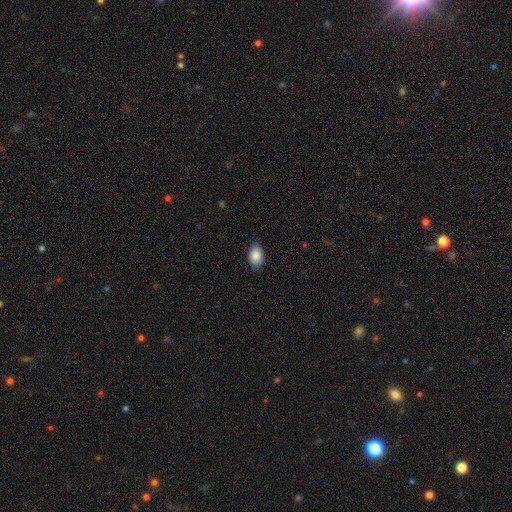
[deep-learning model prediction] The model was most divided on "merging": none: 83%, minor disturbance: 13%, major disturbance: 2%, merger: 1%. More confident: how rounded — in between (90%); smooth or featured — smooth (87%).